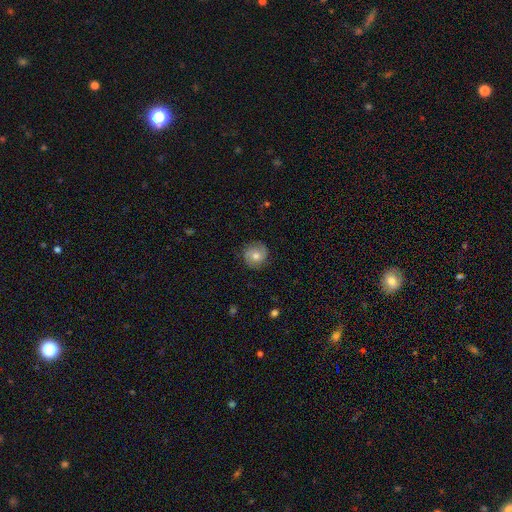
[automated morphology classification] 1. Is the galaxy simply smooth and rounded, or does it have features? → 51% featured or disk, 41% smooth, 8% star or artifact.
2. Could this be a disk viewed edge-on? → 97% no, 3% yes.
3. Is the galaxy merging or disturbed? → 84% none, 12% minor disturbance, 3% major disturbance, 1% merger.